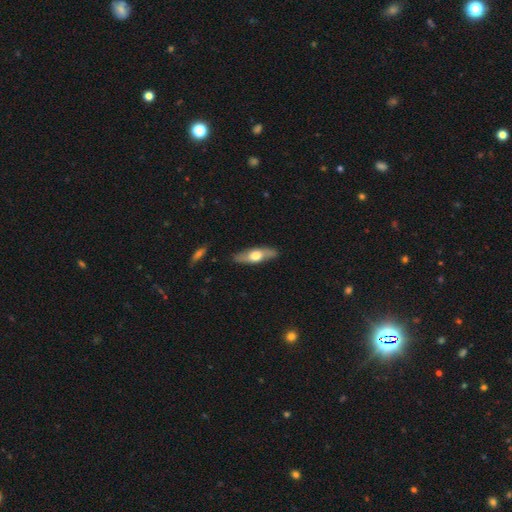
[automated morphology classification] type=featured or disk (49%); merging=none (86%).